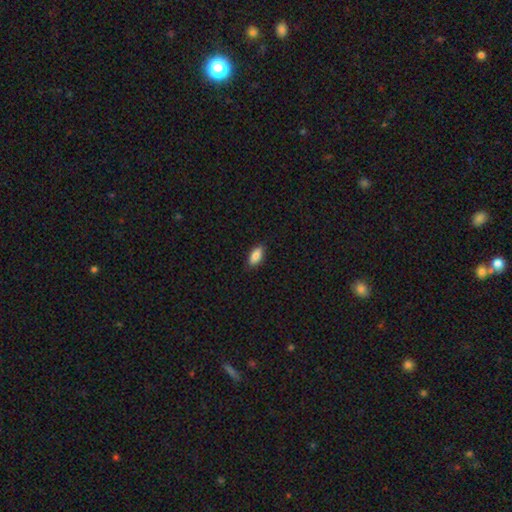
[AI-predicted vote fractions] This appears to be a smooth galaxy with no disk features (87%) that is in between round and cigar-shaped (88%). Merging: none (87%).